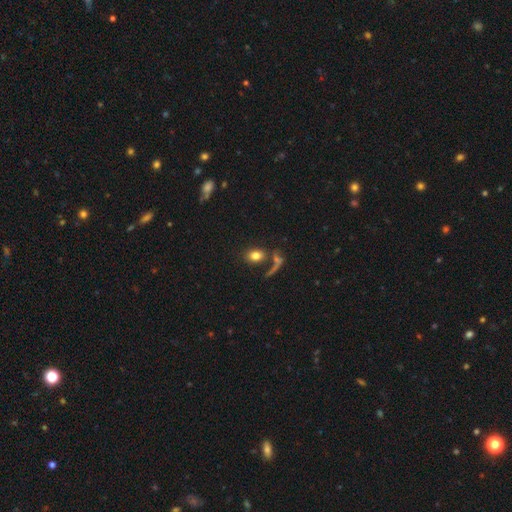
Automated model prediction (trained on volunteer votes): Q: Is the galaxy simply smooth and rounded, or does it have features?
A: smooth — 79%.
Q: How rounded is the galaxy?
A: in between — 78%.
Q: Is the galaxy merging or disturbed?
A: none — 58%.